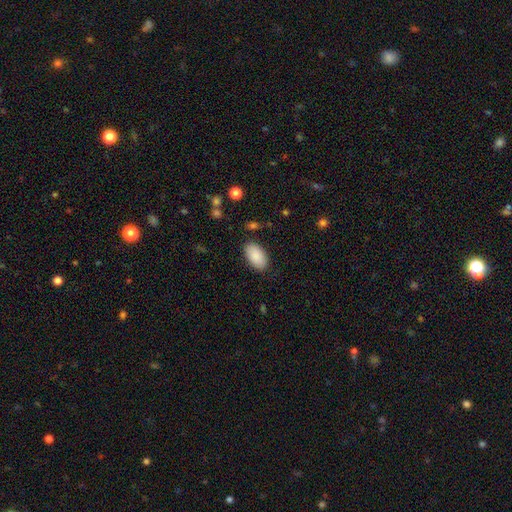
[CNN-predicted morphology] Q: Smooth or featured?
A: smooth (90%); runner-up: star or artifact (6%)
Q: How rounded?
A: in between (95%); runner-up: round (3%)
Q: Merging?
A: none (86%); runner-up: minor disturbance (10%)